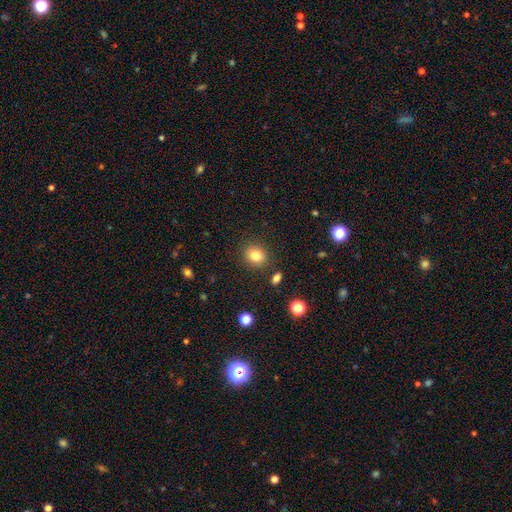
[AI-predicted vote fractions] smooth-or-featured: smooth: 82% | star or artifact: 11% | featured or disk: 7%
  how-rounded: round: 71% | in between: 29% | cigar-shaped: 1%
  merging: none: 86% | minor disturbance: 8% | merger: 3% | major disturbance: 3%